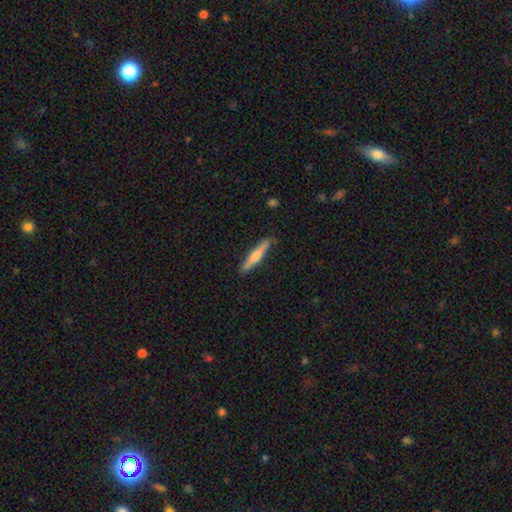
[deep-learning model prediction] smooth_or_featured: featured or disk (p=0.52) [alt: smooth p=0.43]
disk_edge_on: yes (p=0.96) [alt: no p=0.04]
merging: none (p=0.89) [alt: minor disturbance p=0.08]